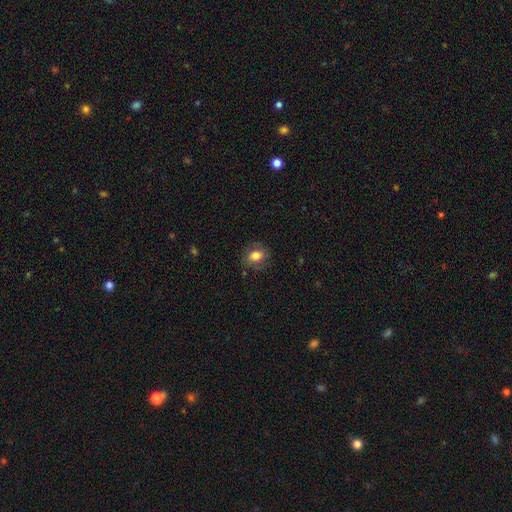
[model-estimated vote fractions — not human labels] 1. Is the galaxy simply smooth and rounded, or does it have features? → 69% smooth, 22% featured or disk, 9% star or artifact.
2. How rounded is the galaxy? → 52% in between, 46% round, 1% cigar-shaped.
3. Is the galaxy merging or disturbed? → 75% none, 17% minor disturbance, 7% major disturbance, 1% merger.